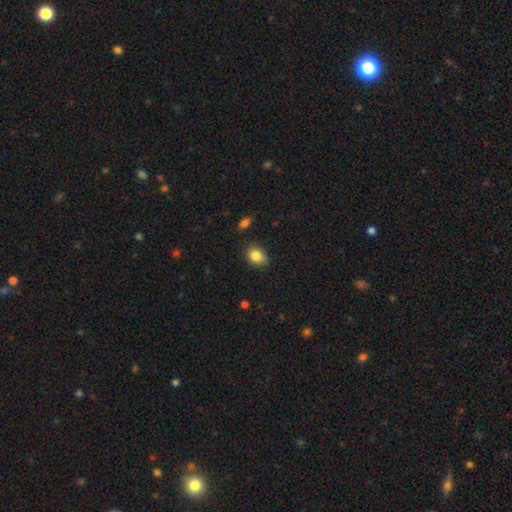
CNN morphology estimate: This appears to be a smooth galaxy with no disk features (85%) that is in between round and cigar-shaped (65%). Merging: none (79%).